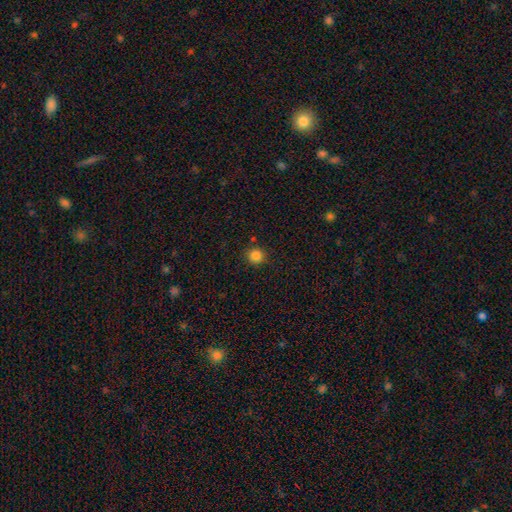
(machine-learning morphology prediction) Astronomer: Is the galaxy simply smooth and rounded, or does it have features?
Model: smooth — 85%.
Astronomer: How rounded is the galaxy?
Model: round — 94%.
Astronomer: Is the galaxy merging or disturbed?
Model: none — 88%.